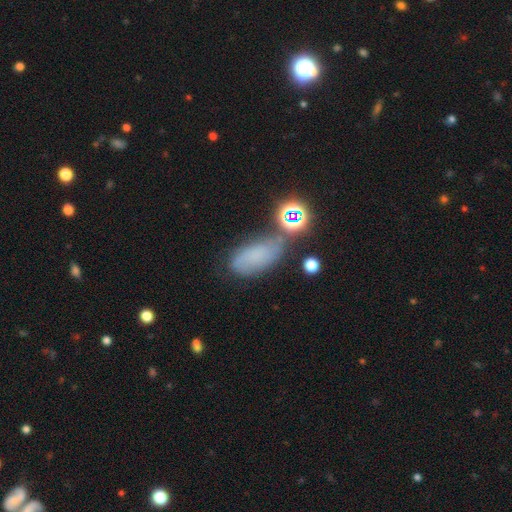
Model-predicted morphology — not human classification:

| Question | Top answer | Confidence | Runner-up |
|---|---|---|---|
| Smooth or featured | smooth | 55% | featured or disk (23%) |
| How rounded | in between | 84% | round (8%) |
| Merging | none | 50% | minor disturbance (26%) |